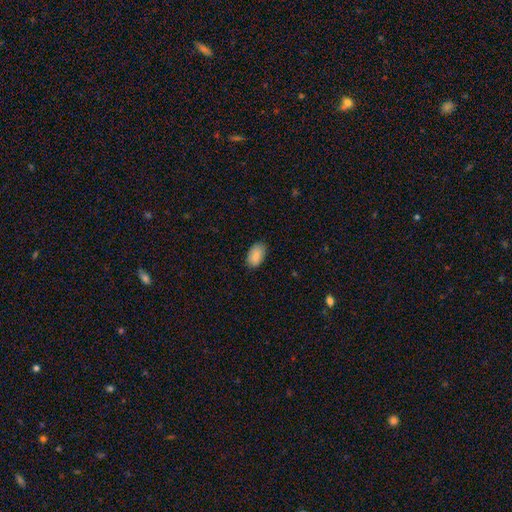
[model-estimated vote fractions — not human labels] smooth_or_featured: smooth (p=0.89) [alt: star or artifact p=0.07]
how_rounded: in between (p=0.93) [alt: round p=0.06]
merging: none (p=0.84) [alt: minor disturbance p=0.12]